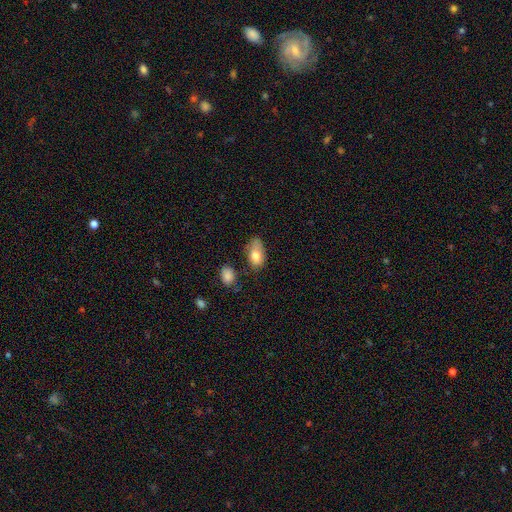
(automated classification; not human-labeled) The model was most divided on "merging": none: 43%, minor disturbance: 36%, major disturbance: 15%, merger: 7%. More confident: how rounded — in between (91%); smooth or featured — smooth (79%).